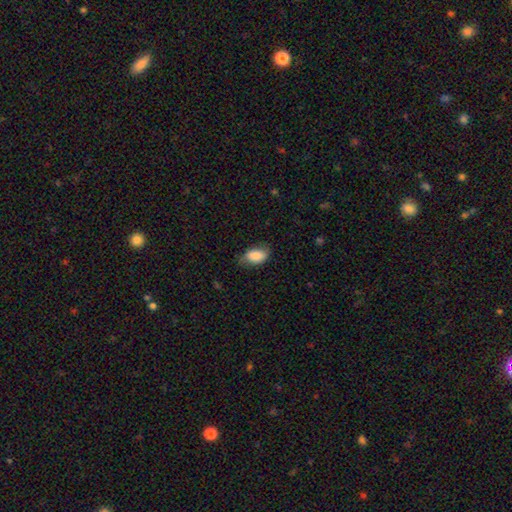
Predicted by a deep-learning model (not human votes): Overall: smooth (86%). How rounded: in between (91%). Merging: none (69%).